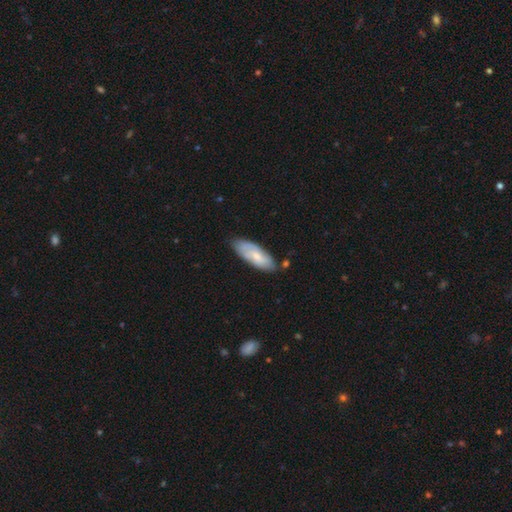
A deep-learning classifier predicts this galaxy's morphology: Overall: smooth (58%; featured or disk 36%). How rounded: in between (73%). Merging: none (70%).